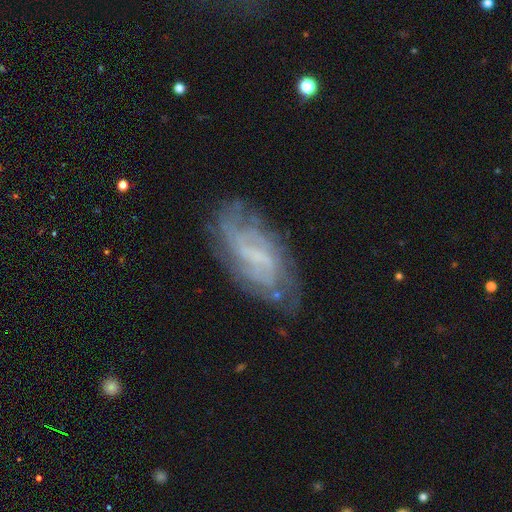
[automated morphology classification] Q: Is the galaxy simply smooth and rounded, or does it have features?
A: featured or disk — 75%.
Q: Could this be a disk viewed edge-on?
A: no — 93%.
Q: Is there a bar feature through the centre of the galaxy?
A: weak — 47%.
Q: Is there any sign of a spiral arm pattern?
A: yes — 84%.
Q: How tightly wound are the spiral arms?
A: tight — 45%.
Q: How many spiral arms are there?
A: can't tell — 50%.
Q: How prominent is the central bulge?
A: none — 50%.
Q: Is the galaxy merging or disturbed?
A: none — 67%.